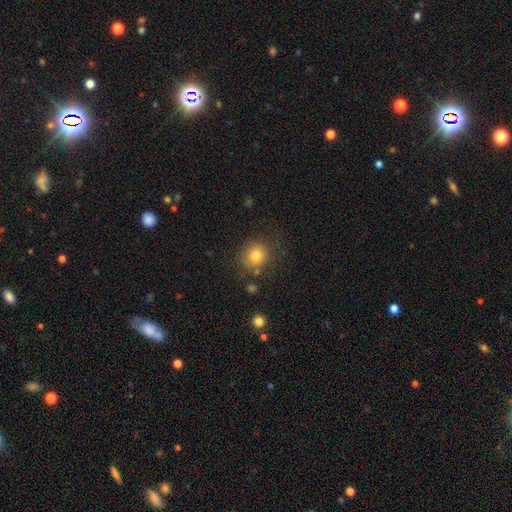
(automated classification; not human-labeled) This appears to be a smooth galaxy with no disk features (79%) that is round (79%). Merging: none (78%).